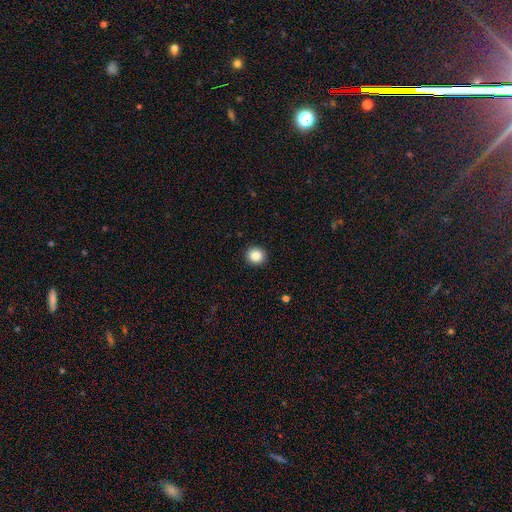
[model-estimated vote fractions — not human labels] smooth 87%, star or artifact 9%, featured or disk 4%. Down the decision tree: how rounded — round (87%); merging — none (92%).